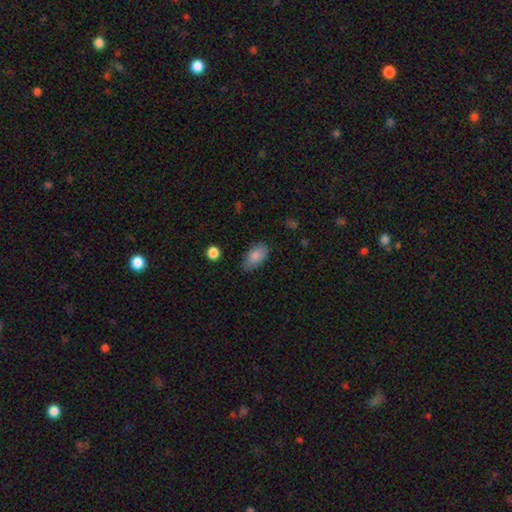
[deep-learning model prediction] Overall: smooth (85%). How rounded: in between (92%). Merging: none (75%).